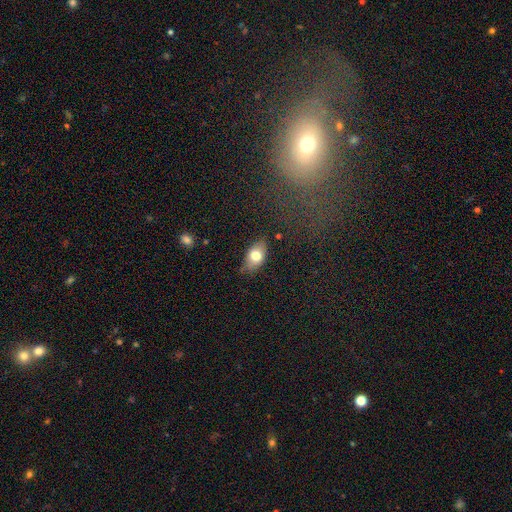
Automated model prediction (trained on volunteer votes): Overall: smooth (74%). How rounded: in between (89%). Merging: none (78%).